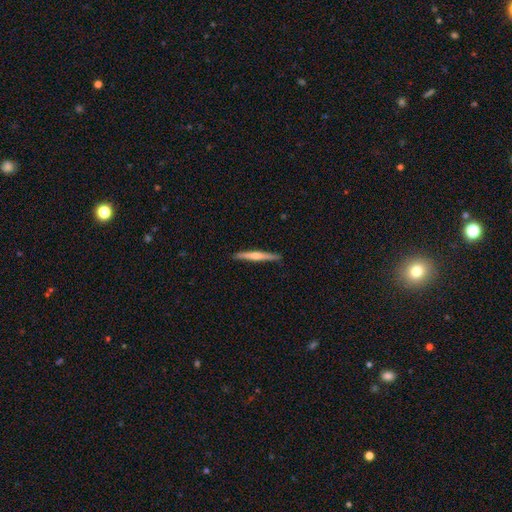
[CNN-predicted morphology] Smooth or featured? featured or disk (49%)
Merging? none (90%)